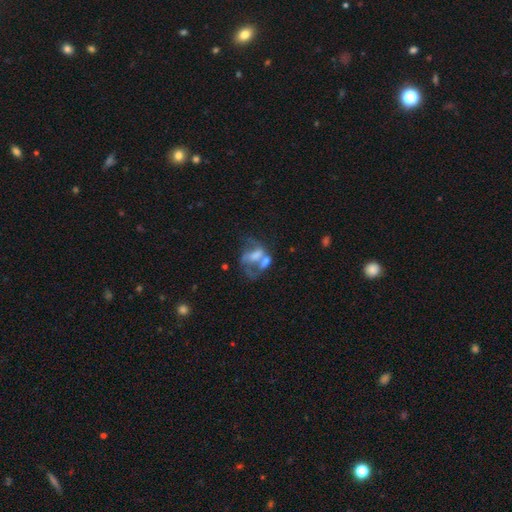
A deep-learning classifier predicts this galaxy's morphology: smooth_or_featured: featured or disk (p=0.55) [alt: smooth p=0.33]
disk_edge_on: no (p=0.96) [alt: yes p=0.04]
bar: no (p=0.58) [alt: weak p=0.25]
has_spiral_arms: no (p=0.65) [alt: yes p=0.35]
bulge_size: none (p=0.35) [alt: moderate p=0.27]
merging: merger (p=0.43) [alt: major disturbance p=0.28]